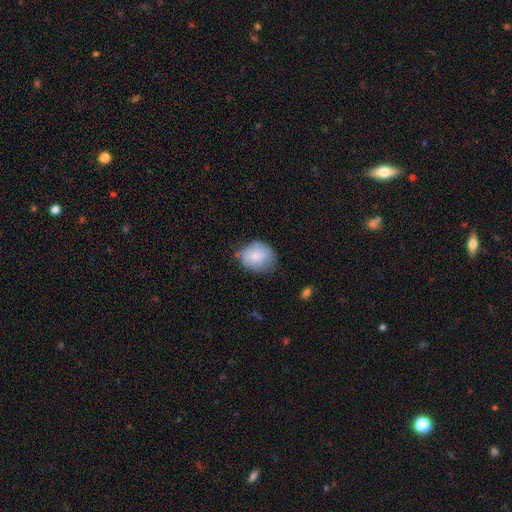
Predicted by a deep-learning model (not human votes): A smooth galaxy with no disk features (76%) that is in between round and cigar-shaped (59%).

Vote fractions:
- Smooth or featured? smooth: 76% / featured or disk: 17% / star or artifact: 7%
- How rounded? in between: 59% / round: 41% / cigar-shaped: 1%
- Merging? none: 60% / minor disturbance: 30% / major disturbance: 7% / merger: 2%